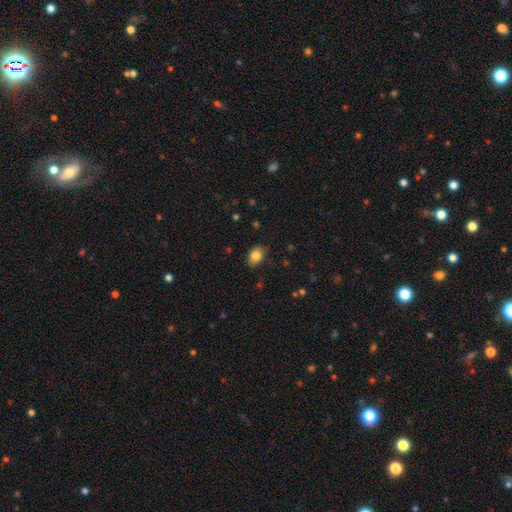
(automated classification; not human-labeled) A smooth galaxy with no disk features (84%) that is in between round and cigar-shaped (80%).

Vote fractions:
- Smooth or featured? smooth: 84% / star or artifact: 9% / featured or disk: 8%
- How rounded? in between: 80% / round: 19% / cigar-shaped: 1%
- Merging? none: 81% / minor disturbance: 15% / major disturbance: 3% / merger: 1%